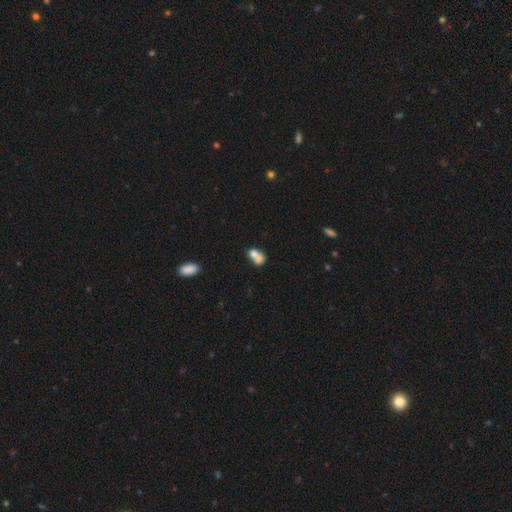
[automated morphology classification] smooth_or_featured: smooth (p=0.72) [alt: featured or disk p=0.19]
how_rounded: in between (p=0.67) [alt: round p=0.30]
merging: merger (p=0.65) [alt: none p=0.21]